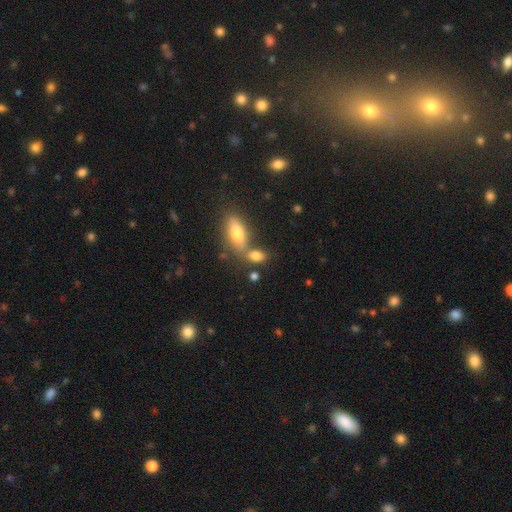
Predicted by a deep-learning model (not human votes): Q: Smooth or featured?
A: smooth (76%); runner-up: featured or disk (14%)
Q: How rounded?
A: in between (75%); runner-up: round (13%)
Q: Merging?
A: none (54%); runner-up: merger (30%)